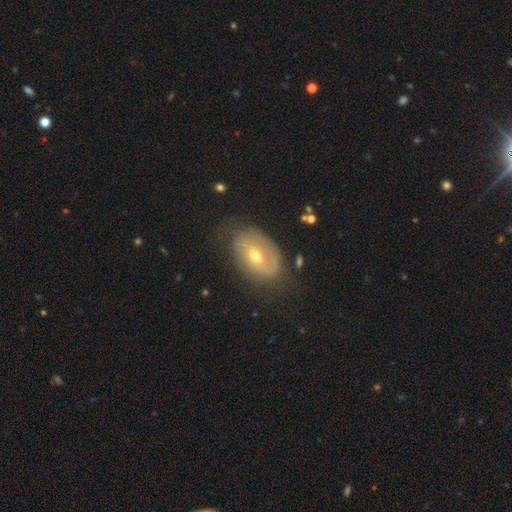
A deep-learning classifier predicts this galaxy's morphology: This appears to be a featured or disk galaxy (56%) with no bar (53%), spiral arms (51%) and a moderate central bulge (55%). Merging: none (62%).